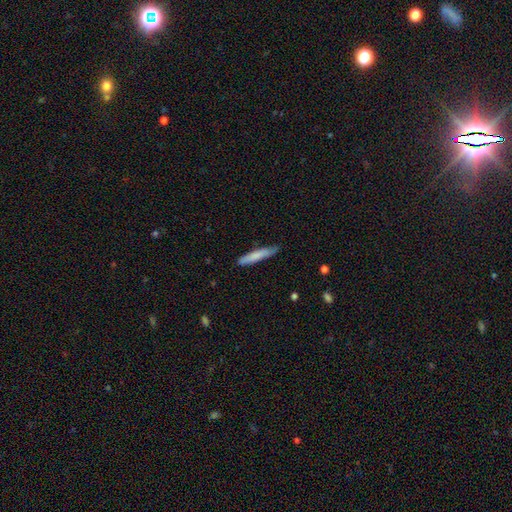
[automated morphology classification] Overall: smooth (76%). How rounded: cigar-shaped (93%). Merging: none (82%).